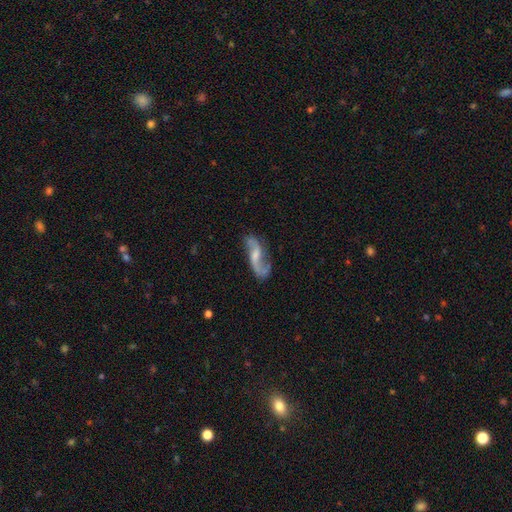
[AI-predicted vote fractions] This appears to be a featured or disk galaxy (84%) with a weak bar (47%), 2 (89%) loose (71%) spiral arms (95%) and a moderate central bulge (37%). Merging: none (67%).